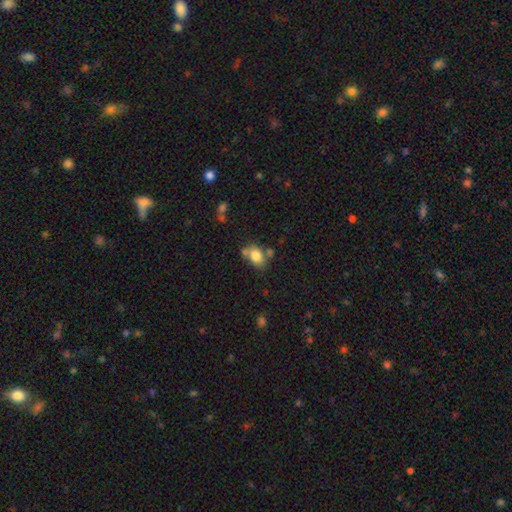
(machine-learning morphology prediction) smooth-or-featured: smooth: 80% | featured or disk: 11% | star or artifact: 9%
  how-rounded: in between: 69% | round: 30% | cigar-shaped: 1%
  merging: none: 54% | merger: 22% | minor disturbance: 18% | major disturbance: 6%